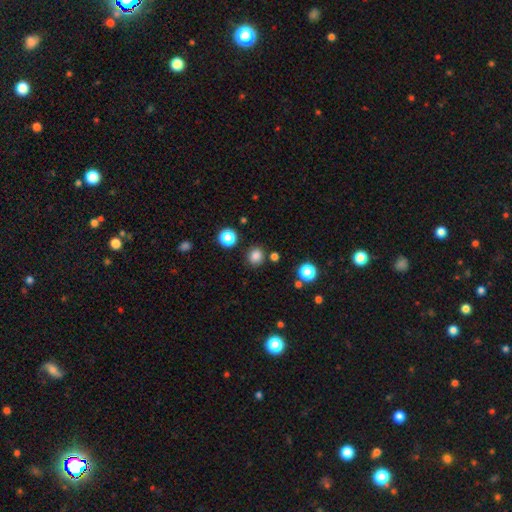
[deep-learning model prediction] Smooth or featured? Predicted: smooth (p=0.82). How rounded? Predicted: round (p=0.85). Merging? Predicted: none (p=0.85).